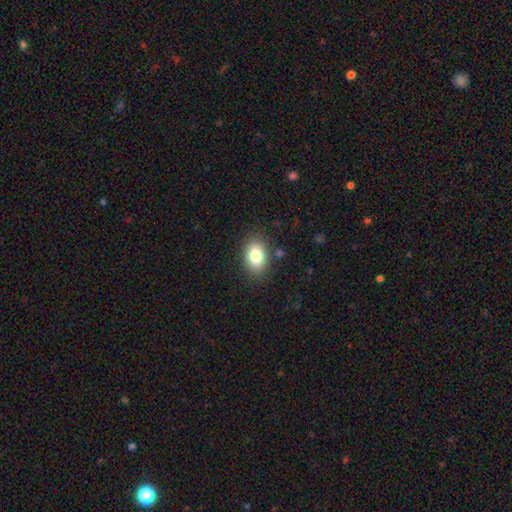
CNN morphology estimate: This is clearly a smooth galaxy (81%). How rounded: likely in between (80%). Merging: clearly none (85%).